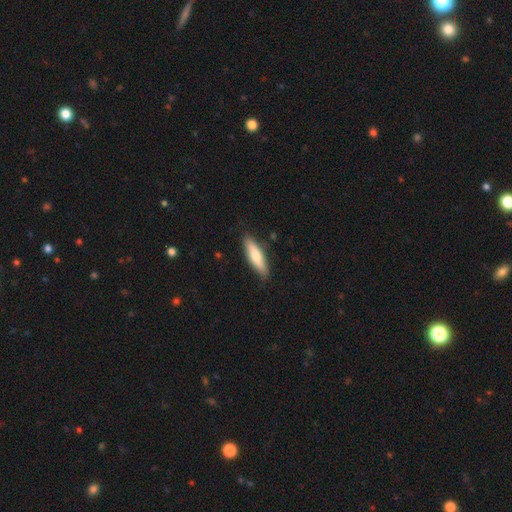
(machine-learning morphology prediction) Q: Smooth or featured?
A: smooth (71%); runner-up: featured or disk (24%)
Q: How rounded?
A: cigar-shaped (66%); runner-up: in between (32%)
Q: Merging?
A: none (86%); runner-up: minor disturbance (11%)